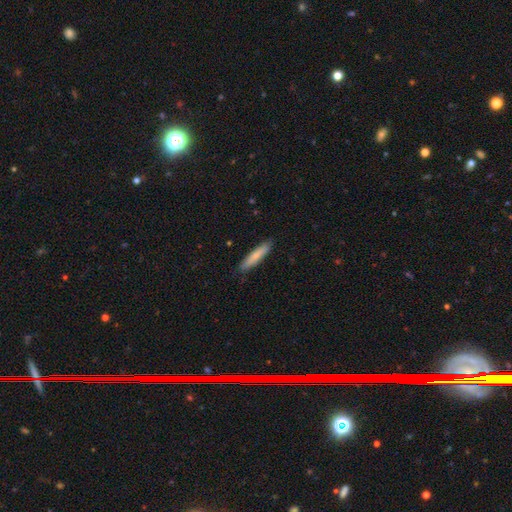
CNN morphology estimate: A smooth galaxy with no disk features (77%) that is cigar-shaped (88%). Merging: none (87%).